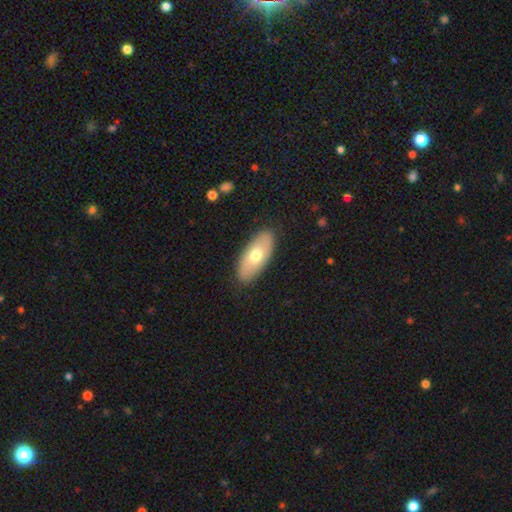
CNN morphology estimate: Smooth or featured: smooth — 65% (featured or disk — 30%)
How rounded: in between — 87% (cigar-shaped — 10%)
Merging: none — 87% (minor disturbance — 10%)